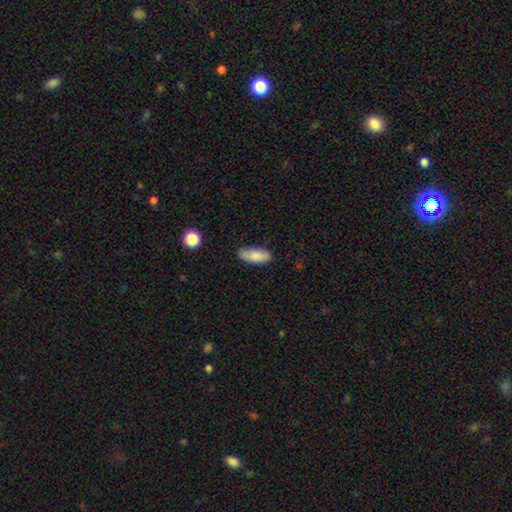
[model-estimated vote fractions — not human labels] smooth_or_featured: smooth (p=0.84) [alt: featured or disk p=0.09]
how_rounded: in between (p=0.78) [alt: cigar-shaped p=0.20]
merging: none (p=0.78) [alt: minor disturbance p=0.17]